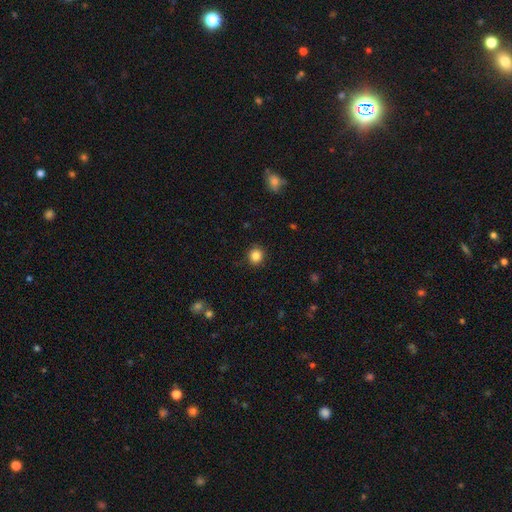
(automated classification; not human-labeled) The model was most divided on "how rounded": round: 86%, in between: 13%, cigar-shaped: 1%. More confident: merging — none (89%); smooth or featured — smooth (85%).